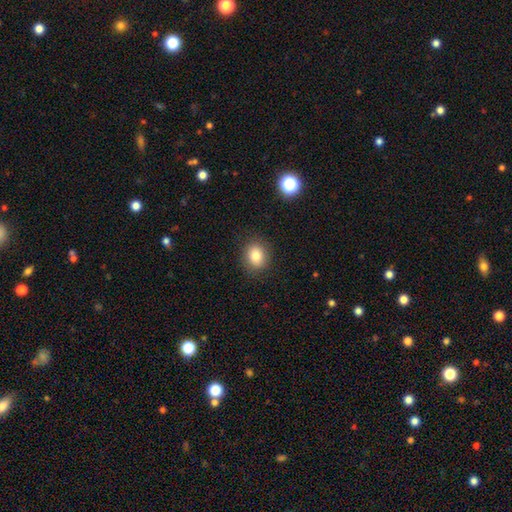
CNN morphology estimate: A smooth galaxy with no disk features (81%) that is round (59%).

Vote fractions:
- Smooth or featured? smooth: 81% / star or artifact: 11% / featured or disk: 8%
- How rounded? round: 59% / in between: 40% / cigar-shaped: 1%
- Merging? none: 88% / minor disturbance: 9% / major disturbance: 3% / merger: 1%